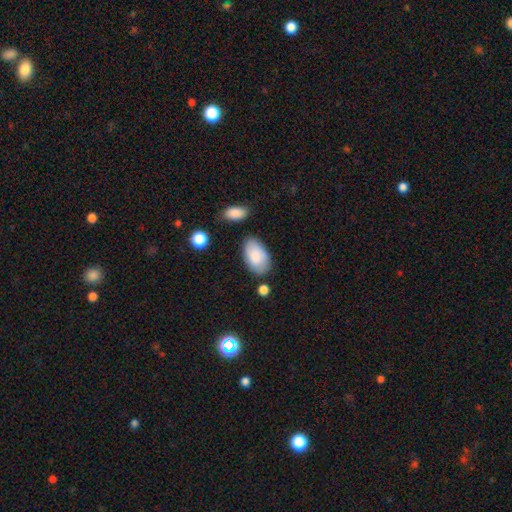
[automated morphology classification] This appears to be a smooth galaxy with no disk features (84%) that is in between round and cigar-shaped (95%). Merging: none (73%).